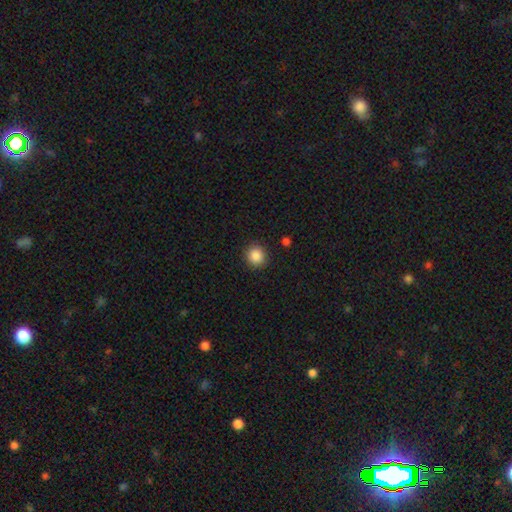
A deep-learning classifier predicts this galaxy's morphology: Overall: smooth (87%). How rounded: round (92%). Merging: none (90%).